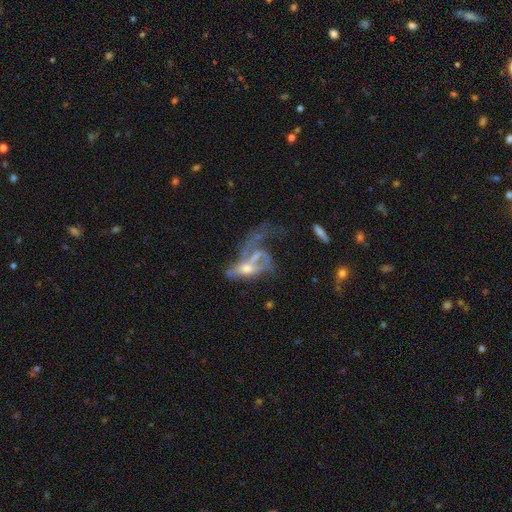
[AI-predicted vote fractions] This appears to be a featured or disk galaxy (66%) with no bar (66%), spiral arms (51%) and a moderate central bulge (45%). Merging: major disturbance (41%).